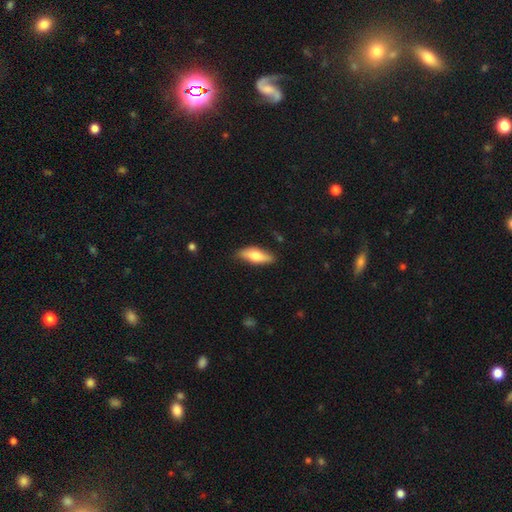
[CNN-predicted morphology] Q: Smooth or featured?
A: smooth (65%); runner-up: featured or disk (29%)
Q: How rounded?
A: in between (63%); runner-up: cigar-shaped (34%)
Q: Merging?
A: none (81%); runner-up: minor disturbance (15%)